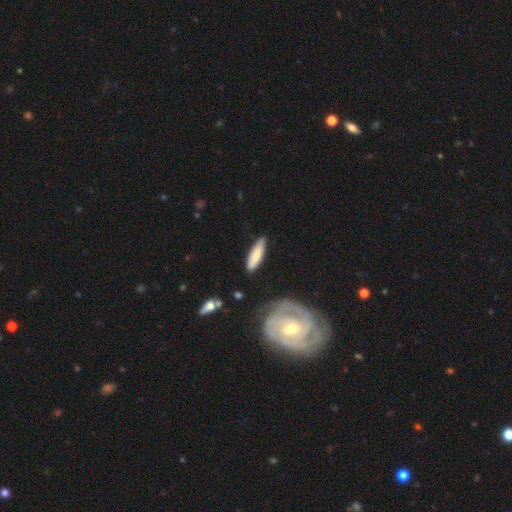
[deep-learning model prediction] Morphology: type=smooth (78%); roundness=cigar-shaped (66%); merging=none (83%).